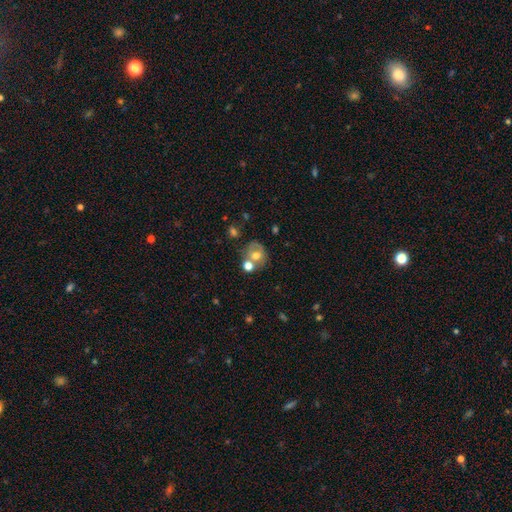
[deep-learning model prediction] Smooth or featured: smooth — 59% (featured or disk — 31%)
How rounded: round — 68% (in between — 31%)
Merging: none — 44% (merger — 33%)